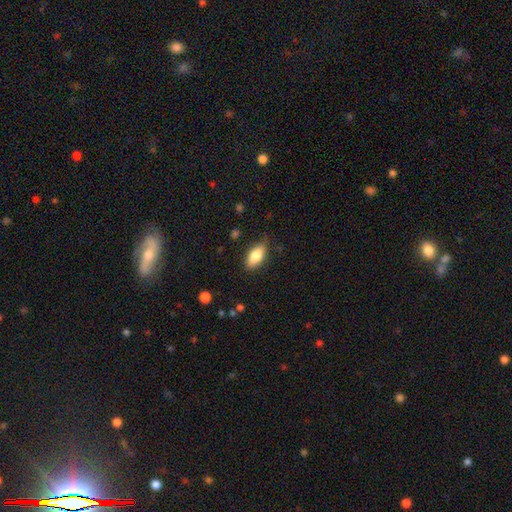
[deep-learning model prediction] This is likely a smooth galaxy (75%). How rounded: clearly in between (84%). Merging: clearly none (80%).